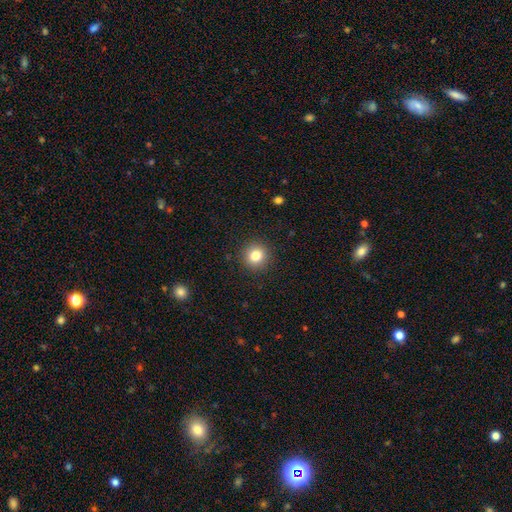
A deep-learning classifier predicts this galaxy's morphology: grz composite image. It shows a smooth galaxy with no disk features (82%) that is round (93%). Merging: none (91%).